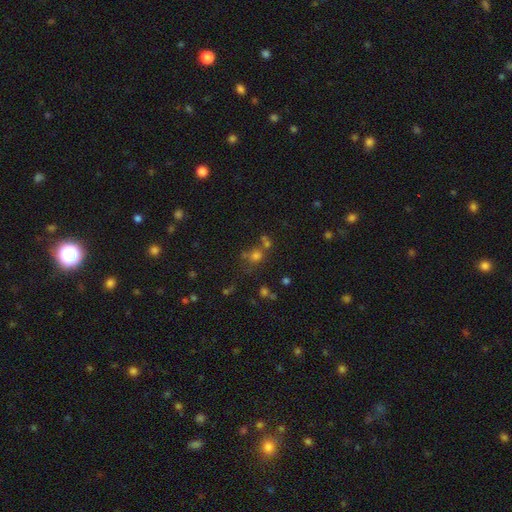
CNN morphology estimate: Smooth or featured? smooth (62%)
How rounded? round (77%)
Merging? none (53%)